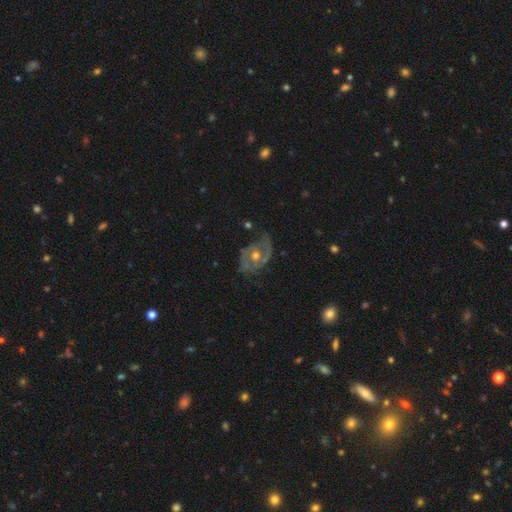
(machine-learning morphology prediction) A featured or disk galaxy (78%) with no bar (68%), 2 (61%) medium (42%) spiral arms (77%) and a moderate central bulge (74%). Merging: none (64%).